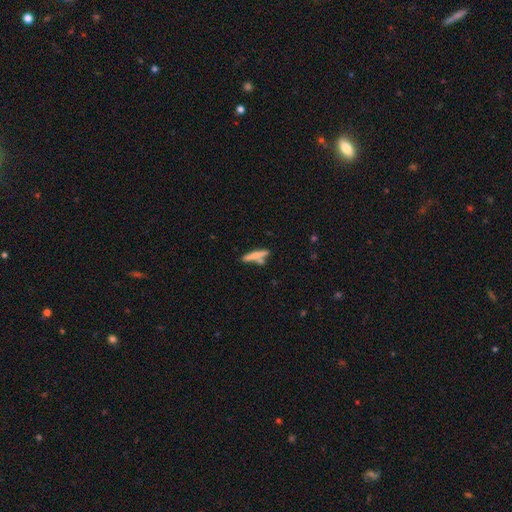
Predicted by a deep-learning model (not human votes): The model was most divided on "smooth or featured": smooth: 65%, featured or disk: 28%, star or artifact: 7%. More confident: how rounded — cigar-shaped (88%); merging — none (62%).